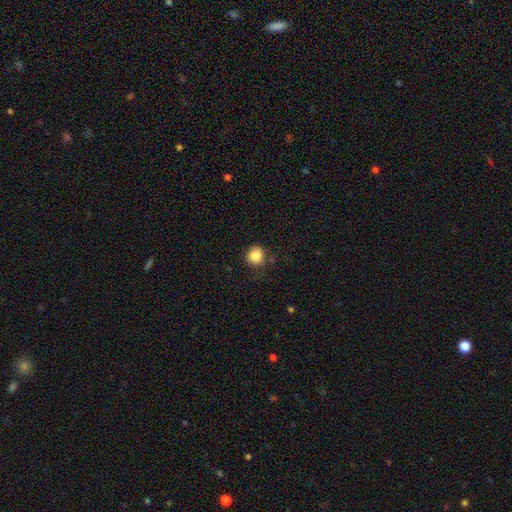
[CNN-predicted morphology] smooth_or_featured: smooth (p=0.85) [alt: star or artifact p=0.09]
how_rounded: round (p=0.81) [alt: in between p=0.18]
merging: none (p=0.66) [alt: minor disturbance p=0.24]